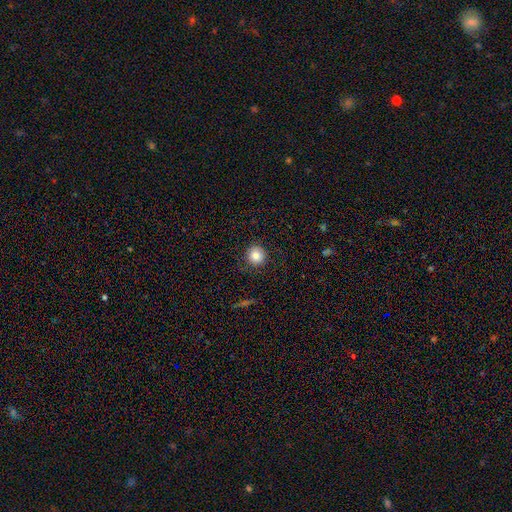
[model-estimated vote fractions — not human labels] smooth-or-featured: smooth: 81% | star or artifact: 11% | featured or disk: 9%
  how-rounded: round: 94% | in between: 5% | cigar-shaped: 1%
  merging: none: 87% | minor disturbance: 9% | major disturbance: 3% | merger: 1%